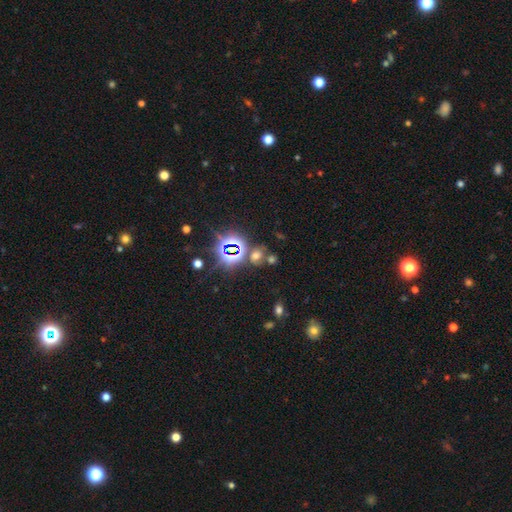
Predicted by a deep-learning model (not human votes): Q: Smooth or featured?
A: star or artifact (53%); runner-up: smooth (38%)